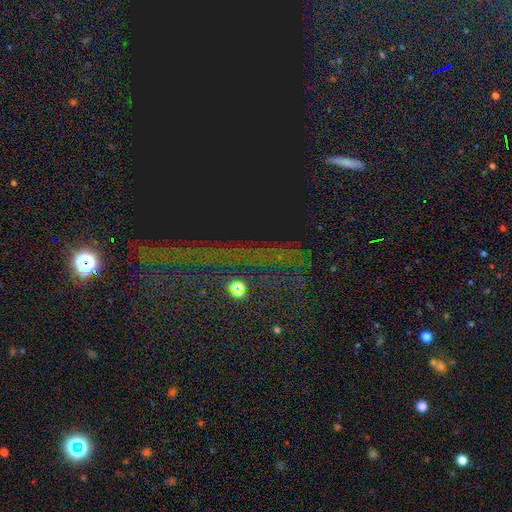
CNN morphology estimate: The model was most divided on "smooth or featured": star or artifact: 78%, smooth: 12%, featured or disk: 10%.